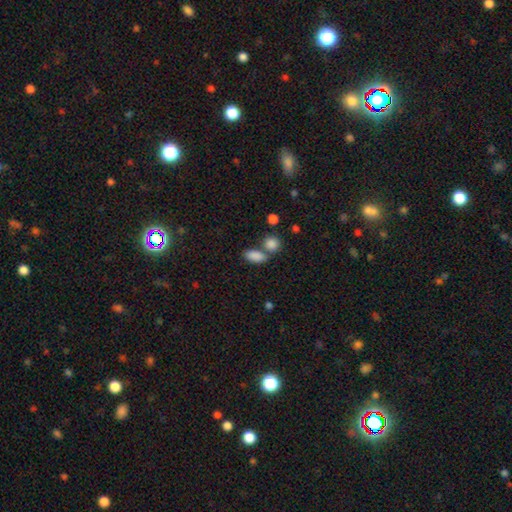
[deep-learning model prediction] A smooth galaxy with no disk features (87%) that is in between round and cigar-shaped (88%).

Vote fractions:
- Smooth or featured? smooth: 87% / star or artifact: 8% / featured or disk: 5%
- How rounded? in between: 88% / round: 8% / cigar-shaped: 4%
- Merging? none: 54% / merger: 30% / minor disturbance: 11% / major disturbance: 4%